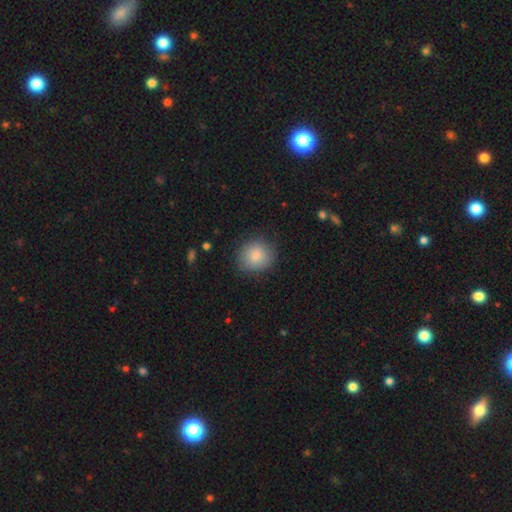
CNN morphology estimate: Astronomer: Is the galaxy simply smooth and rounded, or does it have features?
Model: smooth — 86%.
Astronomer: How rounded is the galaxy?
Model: round — 84%.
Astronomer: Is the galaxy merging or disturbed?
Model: none — 81%.